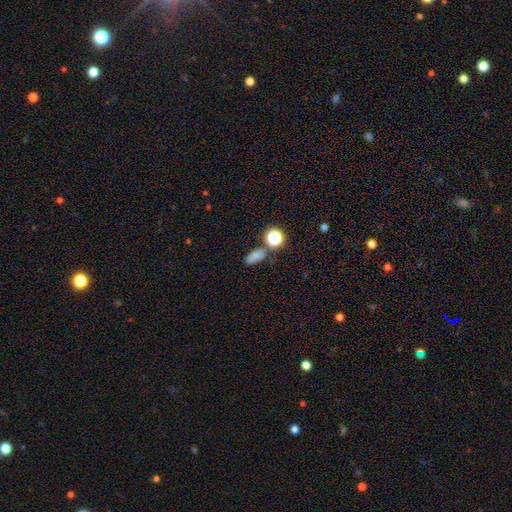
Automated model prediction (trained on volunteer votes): Morphology: type=smooth (67%); roundness=in between (71%); merging=none (61%).